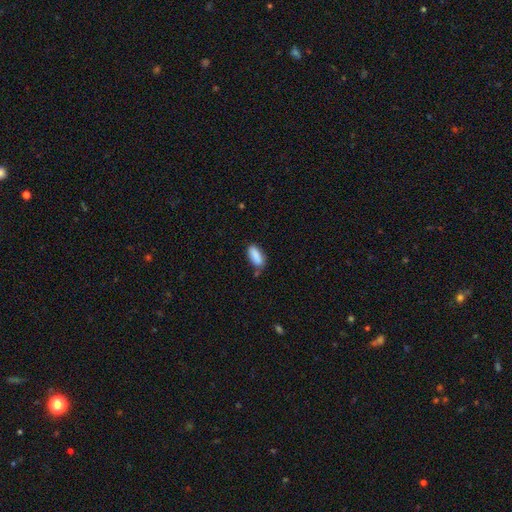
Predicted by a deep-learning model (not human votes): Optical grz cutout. It shows a smooth galaxy with no disk features (88%) that is in between round and cigar-shaped (81%). Merging: none (71%).